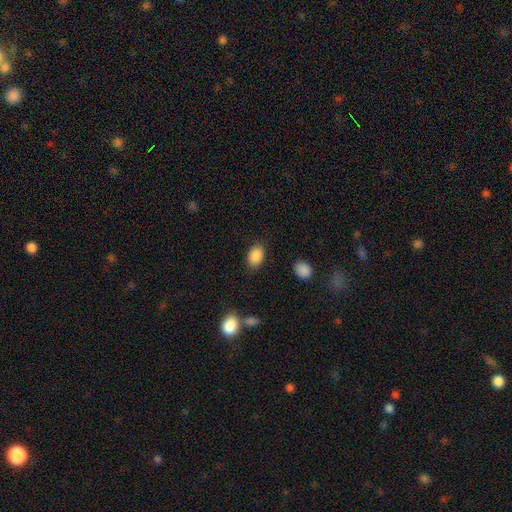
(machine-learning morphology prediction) This appears to be a smooth galaxy with no disk features (88%) that is in between round and cigar-shaped (85%). Merging: none (83%).